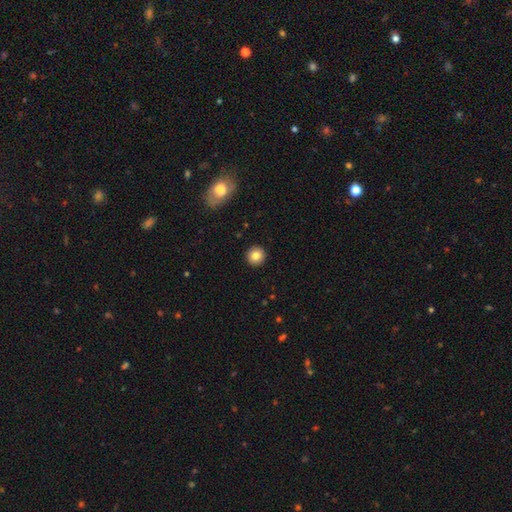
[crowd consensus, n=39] Overall: smooth (82%). How rounded: round (97%). Merging: none (89%).